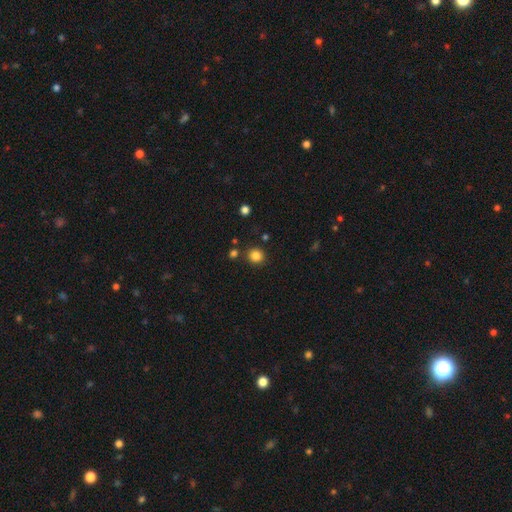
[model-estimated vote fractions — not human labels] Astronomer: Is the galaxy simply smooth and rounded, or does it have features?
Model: smooth — 84%.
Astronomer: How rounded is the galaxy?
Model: round — 89%.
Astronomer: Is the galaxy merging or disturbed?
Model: none — 85%.